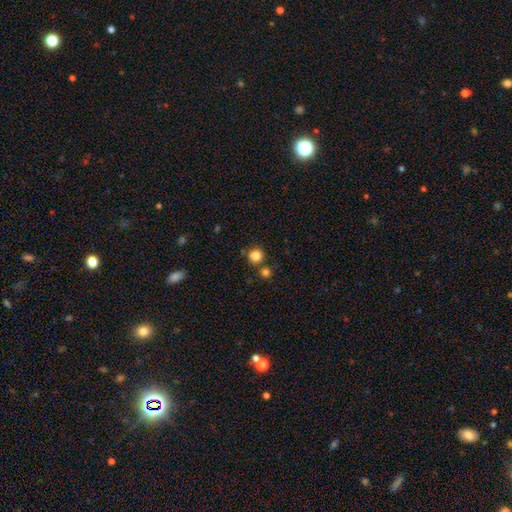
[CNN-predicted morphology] This appears to be a smooth galaxy with no disk features (84%) that is round (92%). Merging: none (77%).